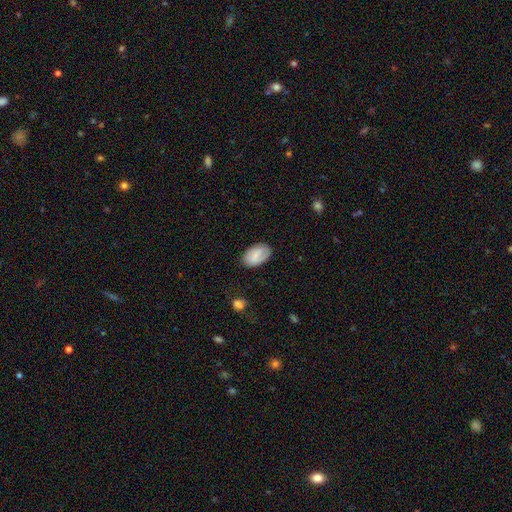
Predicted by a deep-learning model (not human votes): Smooth or featured? Predicted: smooth (p=0.74). How rounded? Predicted: in between (p=0.92). Merging? Predicted: none (p=0.80).